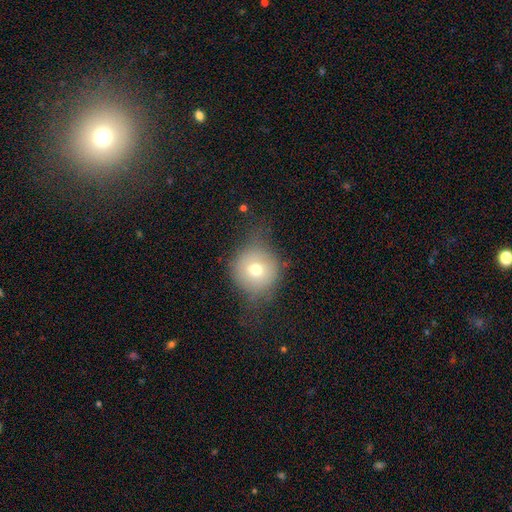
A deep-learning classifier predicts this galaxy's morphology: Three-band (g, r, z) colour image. It shows a smooth galaxy with no disk features (47%). Merging: none (71%).